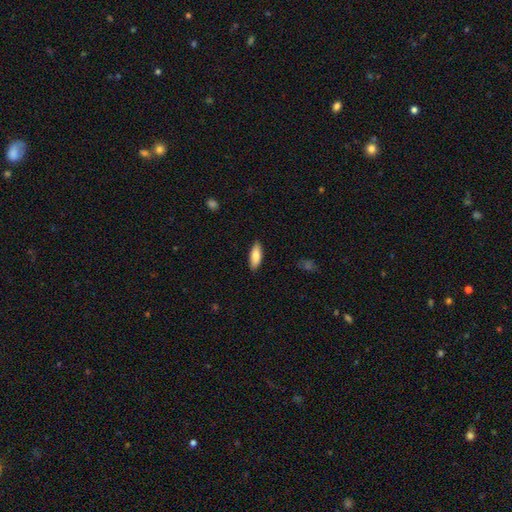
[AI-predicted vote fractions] The model was most divided on "how rounded": in between: 70%, cigar-shaped: 29%, round: 2%. More confident: merging — none (88%); smooth or featured — smooth (83%).